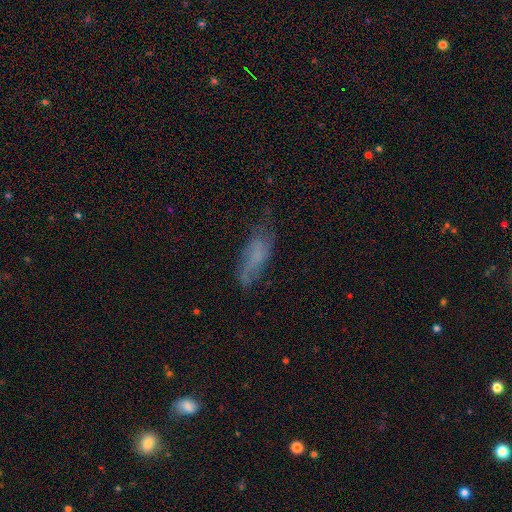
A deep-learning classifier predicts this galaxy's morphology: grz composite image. It shows a smooth galaxy with no disk features (51%) that is in between round and cigar-shaped (61%). Merging: none (52%).